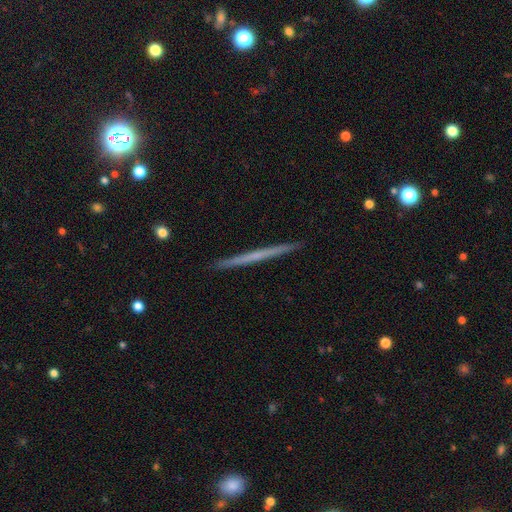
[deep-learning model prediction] Smooth or featured: featured or disk — 55% (smooth — 39%)
Edge-on disk: yes — 98% (no — 2%)
Edge-on bulge: none — 88% (rounded — 9%)
Merging: none — 92% (minor disturbance — 5%)